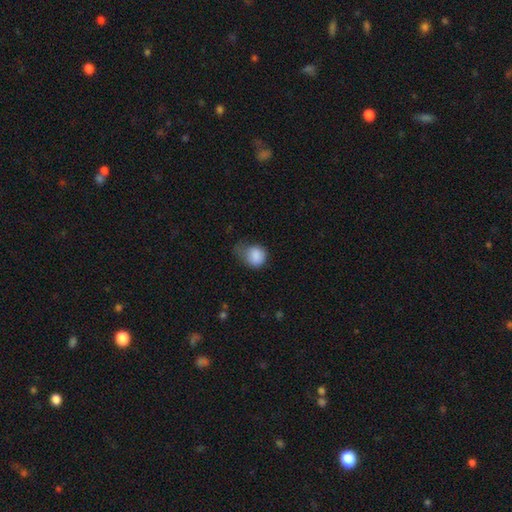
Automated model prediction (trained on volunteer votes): A smooth galaxy with no disk features (85%) that is round (61%).

Vote fractions:
- Smooth or featured? smooth: 85% / star or artifact: 8% / featured or disk: 7%
- How rounded? round: 61% / in between: 38% / cigar-shaped: 1%
- Merging? minor disturbance: 39% / major disturbance: 31% / none: 27% / merger: 3%